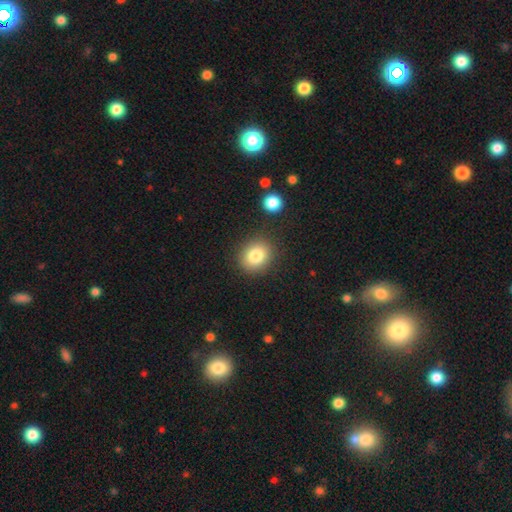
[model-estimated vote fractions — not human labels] Morphology: type=smooth (82%); roundness=round (69%); merging=none (85%).